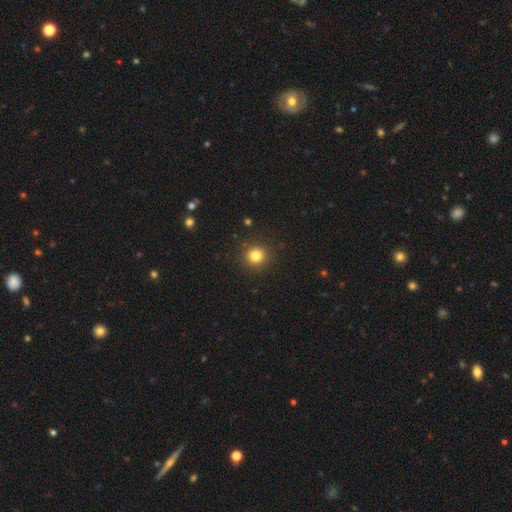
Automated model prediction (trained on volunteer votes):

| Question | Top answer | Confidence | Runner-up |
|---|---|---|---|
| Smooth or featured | smooth | 81% | star or artifact (13%) |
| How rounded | round | 92% | in between (7%) |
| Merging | none | 90% | minor disturbance (6%) |